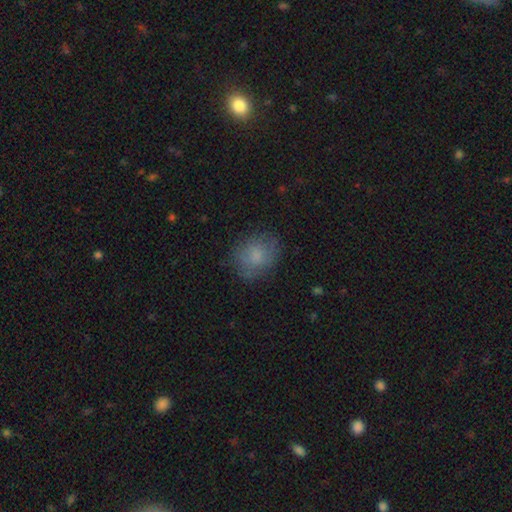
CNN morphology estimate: A smooth galaxy with no disk features (74%) that is round (58%). Merging: none (71%).